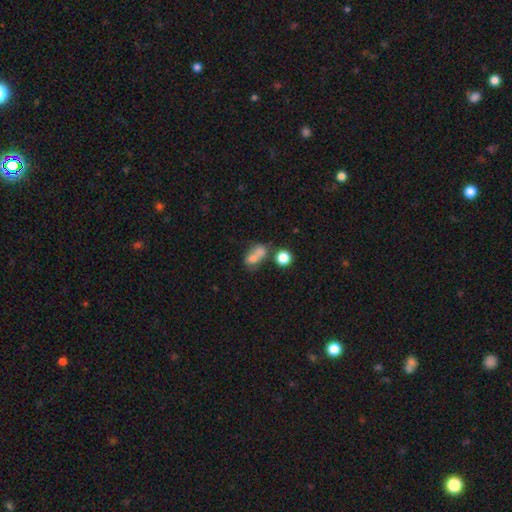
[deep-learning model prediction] Overall: smooth (71%). How rounded: in between (60%; round 37%). Merging: merger (55%; none 27%).